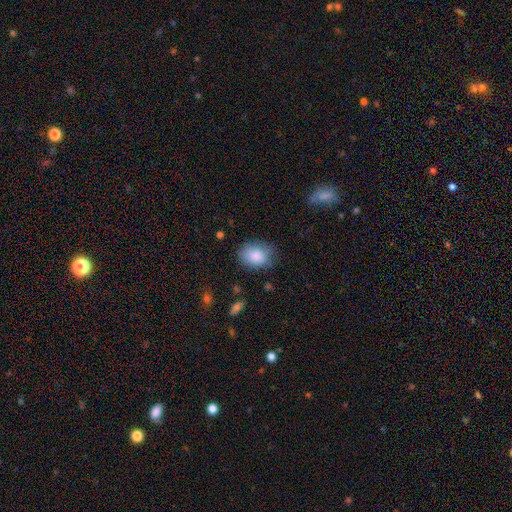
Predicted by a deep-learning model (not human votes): A smooth galaxy with no disk features (85%) that is in between round and cigar-shaped (65%). Merging: none (72%).